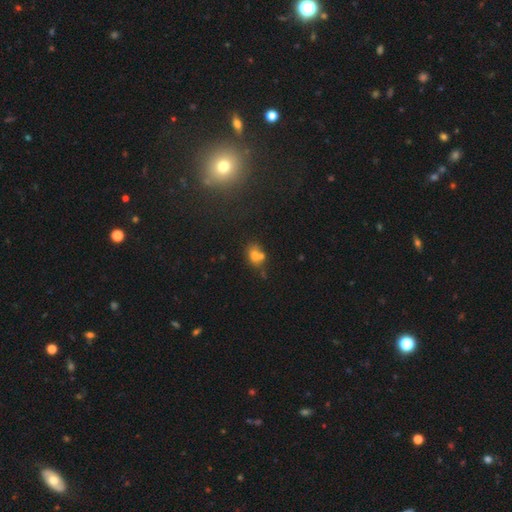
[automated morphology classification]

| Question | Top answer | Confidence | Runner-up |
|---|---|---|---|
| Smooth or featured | smooth | 66% | featured or disk (17%) |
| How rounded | in between | 51% | round (47%) |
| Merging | none | 42% | merger (41%) |